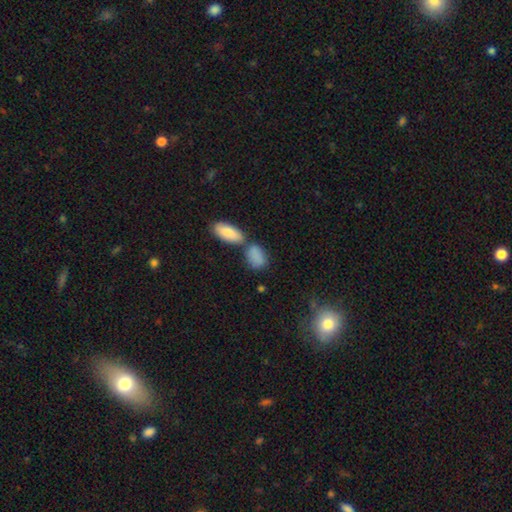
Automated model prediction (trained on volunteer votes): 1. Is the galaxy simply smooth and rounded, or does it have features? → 85% smooth, 8% star or artifact, 7% featured or disk.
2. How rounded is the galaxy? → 85% in between, 9% round, 6% cigar-shaped.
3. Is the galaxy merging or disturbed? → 44% none, 38% merger, 13% minor disturbance, 5% major disturbance.